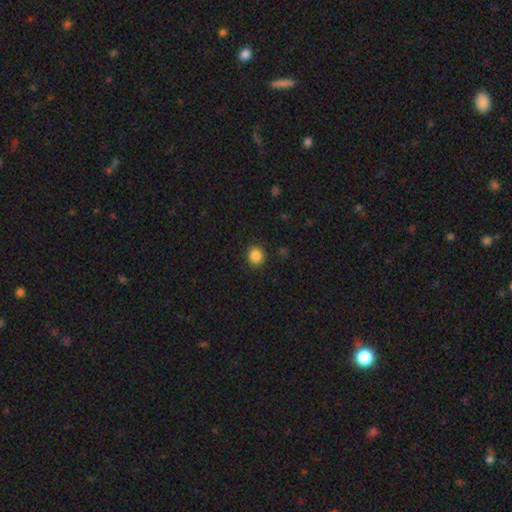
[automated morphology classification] Q: Smooth or featured?
A: smooth (86%); runner-up: star or artifact (10%)
Q: How rounded?
A: round (82%); runner-up: in between (17%)
Q: Merging?
A: none (91%); runner-up: minor disturbance (6%)